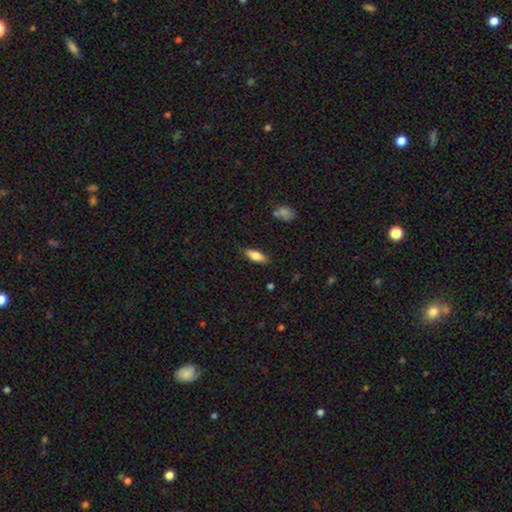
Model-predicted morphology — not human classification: Smooth or featured? Predicted: smooth (p=0.77). How rounded? Predicted: in between (p=0.69). Merging? Predicted: none (p=0.84).